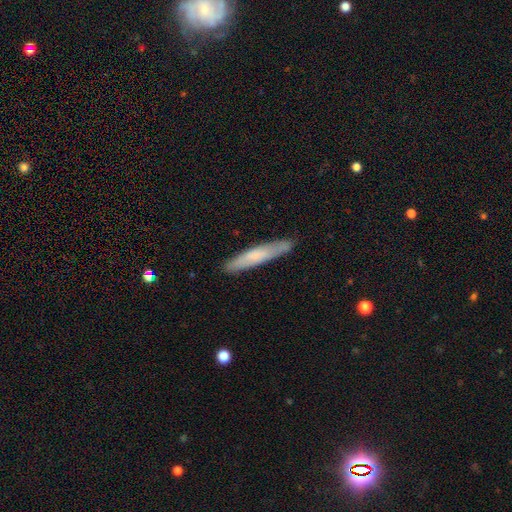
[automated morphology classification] type=smooth (64%); roundness=cigar-shaped (91%); merging=none (87%).